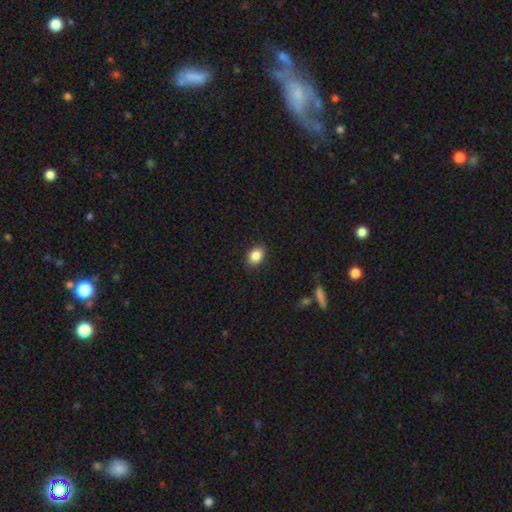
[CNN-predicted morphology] Overall: smooth (86%). How rounded: in between (72%). Merging: none (89%).